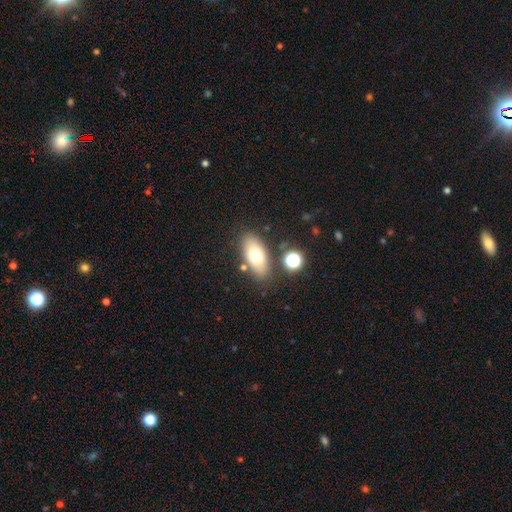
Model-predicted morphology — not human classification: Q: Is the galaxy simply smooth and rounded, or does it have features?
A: smooth — 71%.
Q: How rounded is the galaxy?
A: in between — 87%.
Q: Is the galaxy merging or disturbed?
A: none — 80%.